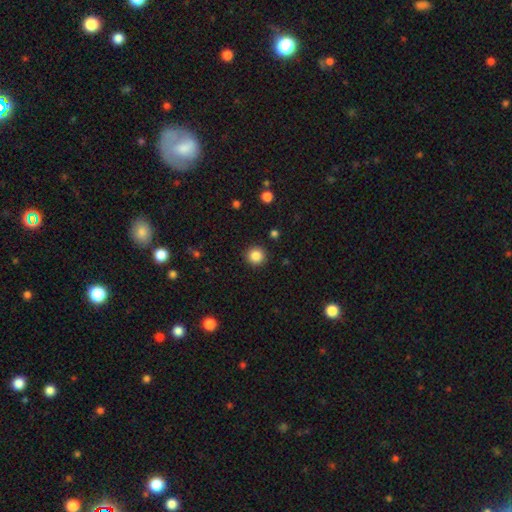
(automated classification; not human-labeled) Smooth or featured? Predicted: smooth (p=0.85). How rounded? Predicted: round (p=0.95). Merging? Predicted: none (p=0.92).